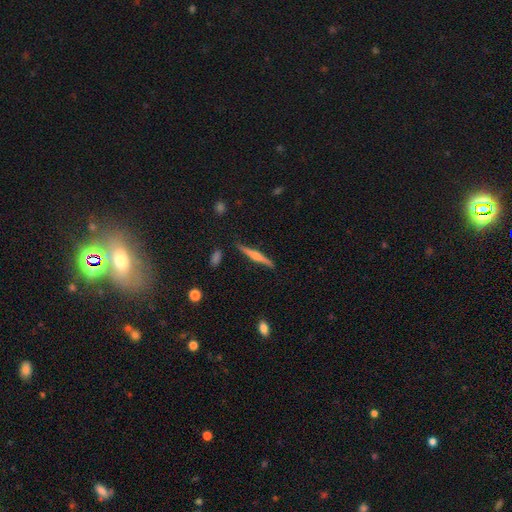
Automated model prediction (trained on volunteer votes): Smooth or featured: featured or disk — 65% (smooth — 29%)
Edge-on disk: yes — 98% (no — 2%)
Edge-on bulge: rounded — 81% (none — 9%)
Merging: none — 87% (minor disturbance — 9%)